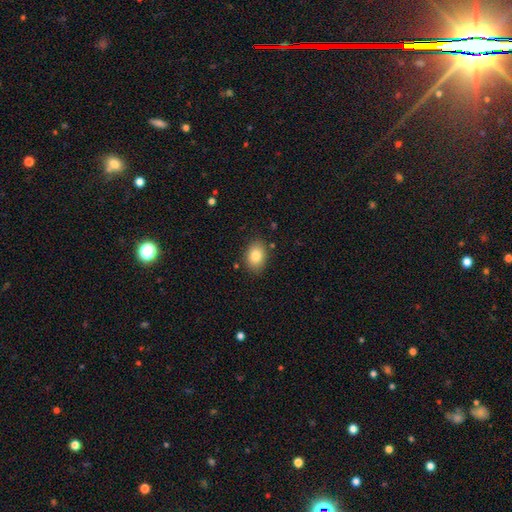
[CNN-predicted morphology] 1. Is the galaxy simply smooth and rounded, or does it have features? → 84% smooth, 8% star or artifact, 8% featured or disk.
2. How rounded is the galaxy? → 77% in between, 22% round, 1% cigar-shaped.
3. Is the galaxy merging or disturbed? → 84% none, 11% minor disturbance, 3% major disturbance, 2% merger.